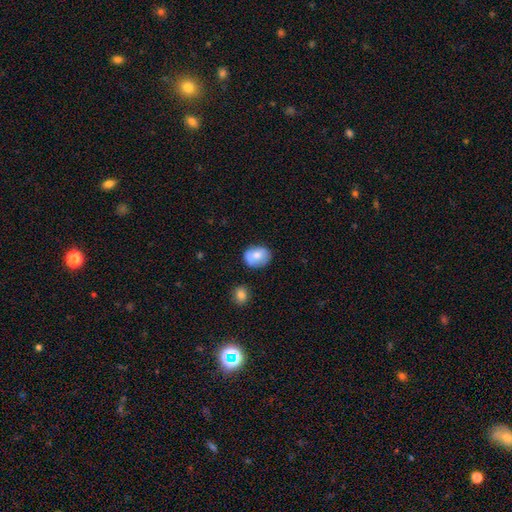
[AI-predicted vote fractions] This appears to be a smooth galaxy with no disk features (73%) that is in between round and cigar-shaped (52%). Merging: none (70%).